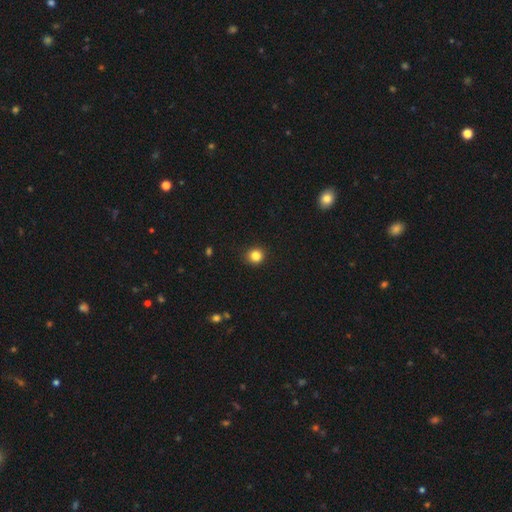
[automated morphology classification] smooth_or_featured: smooth (p=0.84) [alt: star or artifact p=0.12]
how_rounded: round (p=0.90) [alt: in between p=0.09]
merging: none (p=0.90) [alt: minor disturbance p=0.07]